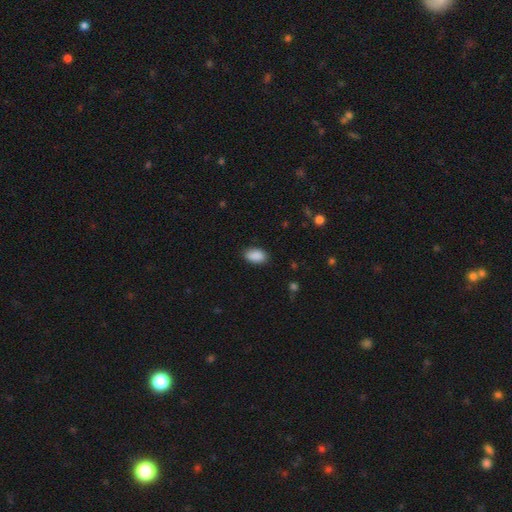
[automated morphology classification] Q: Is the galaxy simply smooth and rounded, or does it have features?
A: smooth — 90%.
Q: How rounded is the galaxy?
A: in between — 92%.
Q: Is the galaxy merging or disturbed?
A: none — 86%.